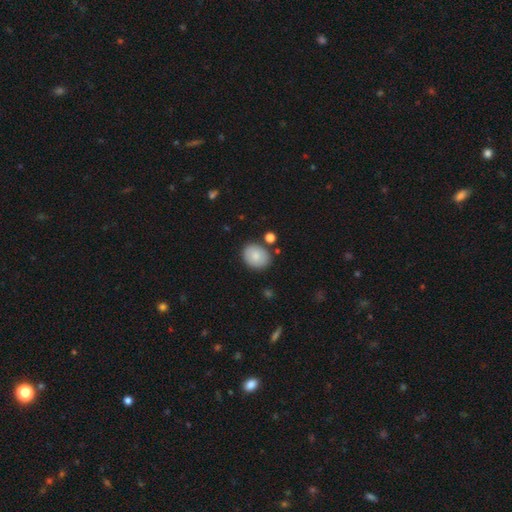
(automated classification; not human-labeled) Overall: smooth (82%). How rounded: in between (51%; round 48%). Merging: none (82%).